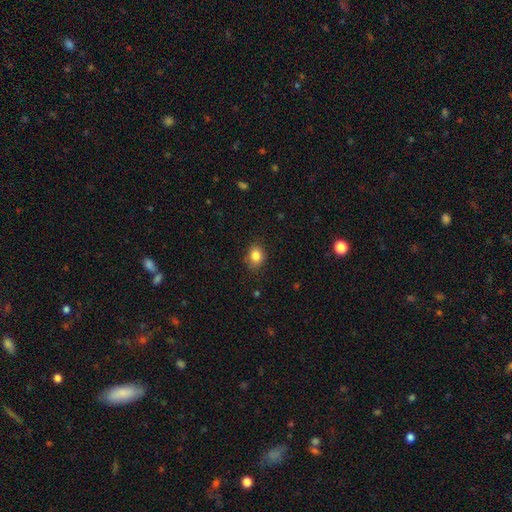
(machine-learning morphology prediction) A smooth galaxy with no disk features (84%) that is in between round and cigar-shaped (52%). Merging: none (83%).